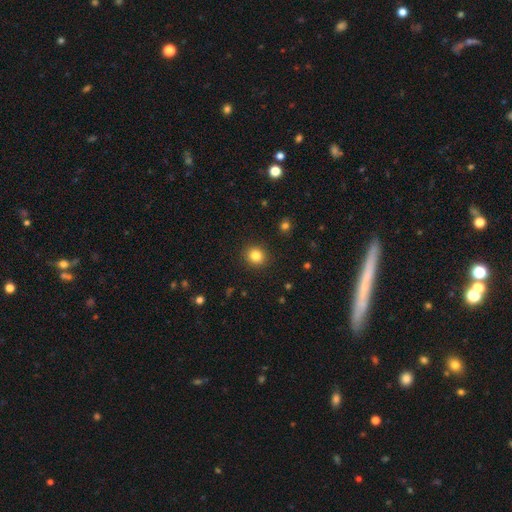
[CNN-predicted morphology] This appears to be a smooth galaxy with no disk features (83%) that is round (85%). Merging: none (91%).